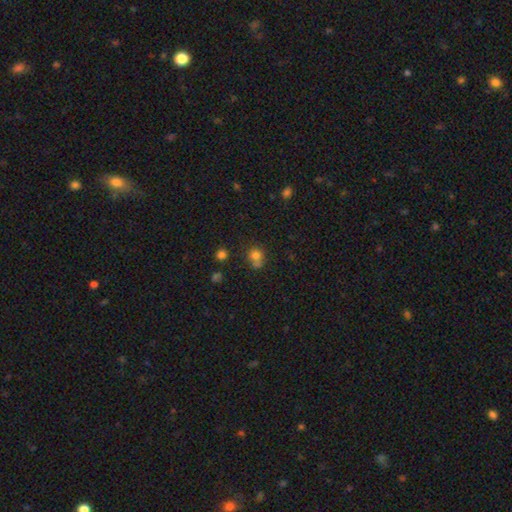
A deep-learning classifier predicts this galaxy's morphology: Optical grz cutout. It shows a smooth galaxy with no disk features (76%) that is round (77%). Merging: none (46%).